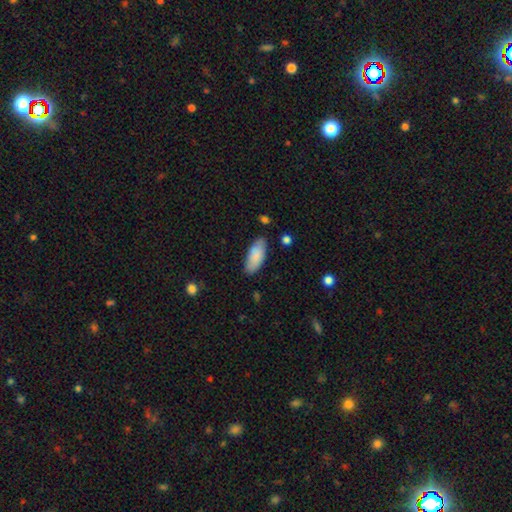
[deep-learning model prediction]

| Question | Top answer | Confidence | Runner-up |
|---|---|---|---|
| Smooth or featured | smooth | 85% | featured or disk (9%) |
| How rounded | in between | 87% | cigar-shaped (11%) |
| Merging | none | 82% | minor disturbance (14%) |